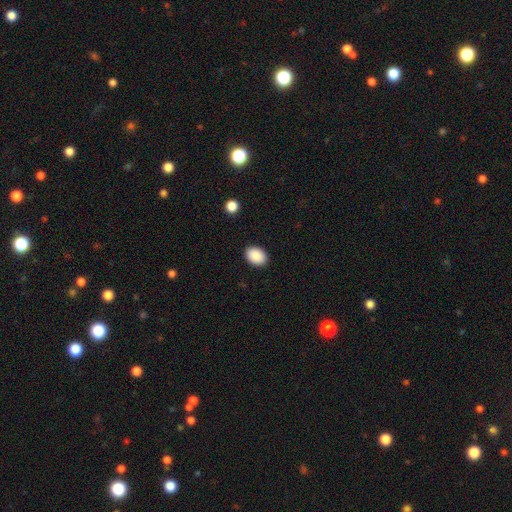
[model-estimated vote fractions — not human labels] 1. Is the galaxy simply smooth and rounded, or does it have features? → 90% smooth, 7% star or artifact, 3% featured or disk.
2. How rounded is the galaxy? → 79% in between, 21% round, 1% cigar-shaped.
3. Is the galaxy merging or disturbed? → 90% none, 7% minor disturbance, 2% major disturbance, 1% merger.